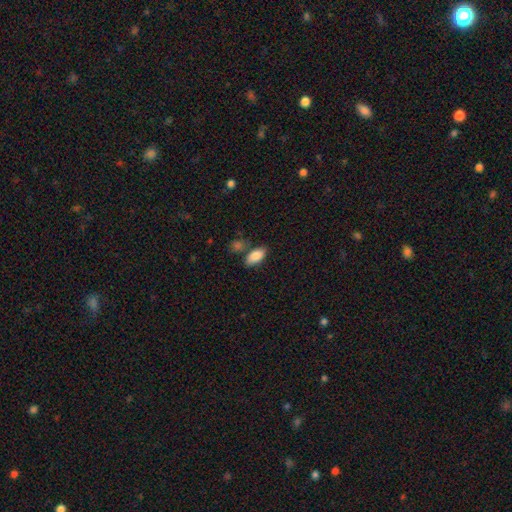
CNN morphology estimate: Smooth or featured? Predicted: smooth (p=0.87). How rounded? Predicted: in between (p=0.92). Merging? Predicted: none (p=0.71).